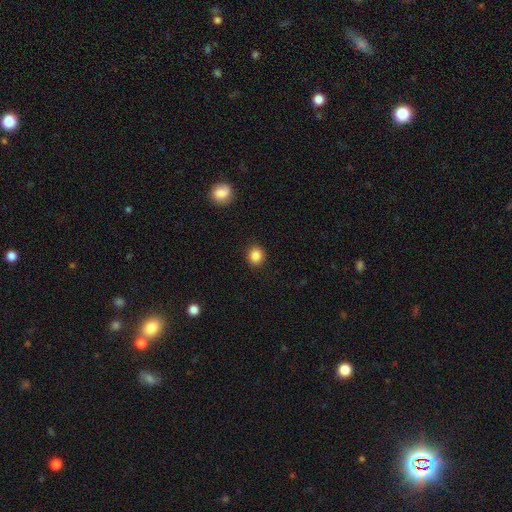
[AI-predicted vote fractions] Smooth or featured: smooth — 86% (star or artifact — 10%)
How rounded: round — 85% (in between — 14%)
Merging: none — 91% (minor disturbance — 6%)